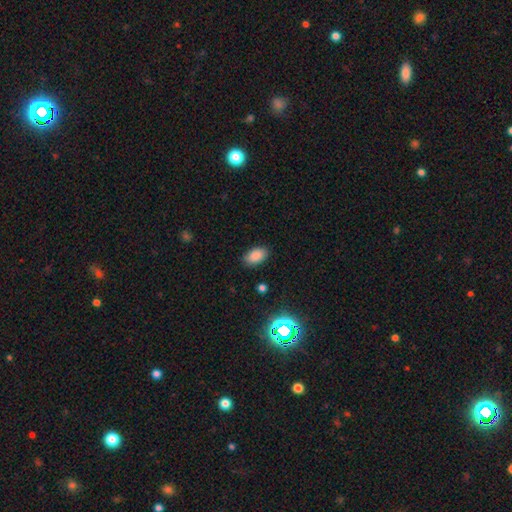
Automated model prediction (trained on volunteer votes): Overall: smooth (85%). How rounded: in between (92%). Merging: none (86%).